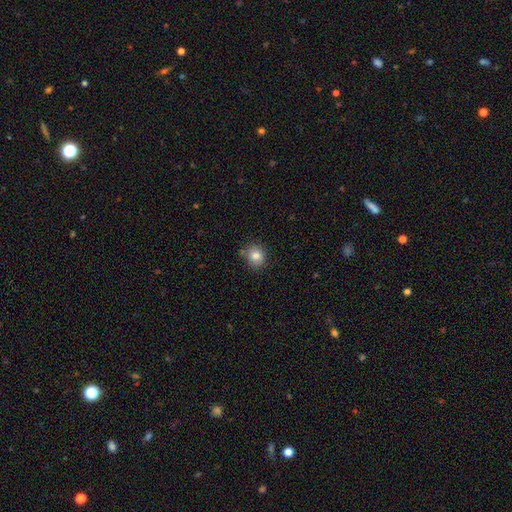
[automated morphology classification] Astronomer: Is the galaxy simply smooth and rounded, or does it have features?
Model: smooth — 83%.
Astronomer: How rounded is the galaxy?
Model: round — 80%.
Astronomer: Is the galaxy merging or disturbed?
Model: none — 78%.